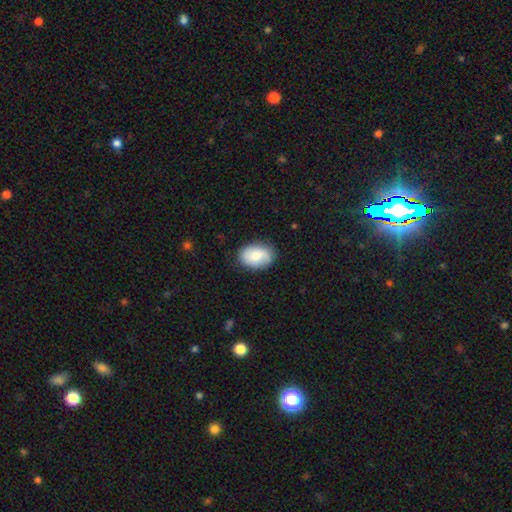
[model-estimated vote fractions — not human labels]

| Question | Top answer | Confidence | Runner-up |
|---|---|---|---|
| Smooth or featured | smooth | 67% | featured or disk (26%) |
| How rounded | in between | 80% | round (19%) |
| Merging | none | 81% | minor disturbance (14%) |